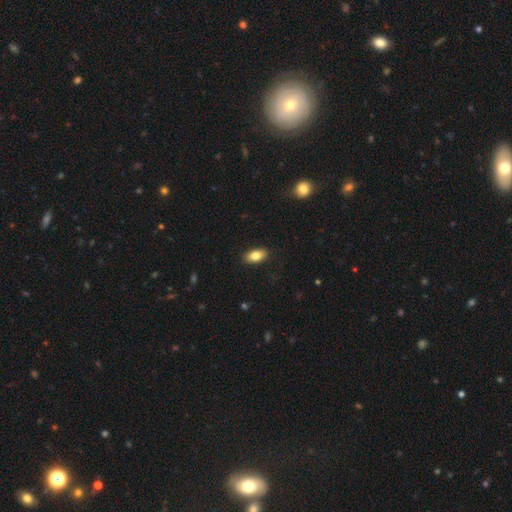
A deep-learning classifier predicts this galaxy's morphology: type=smooth (82%); roundness=in between (90%); merging=none (88%).